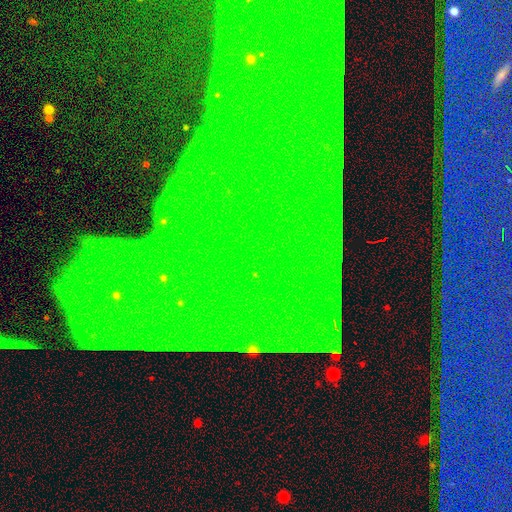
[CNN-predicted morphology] star or artifact 86%, featured or disk 8%, smooth 6%.